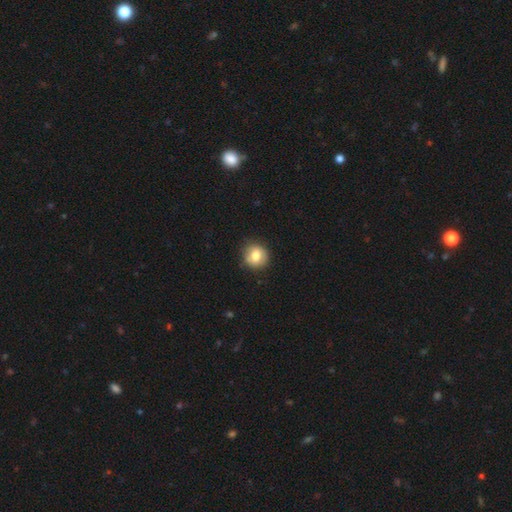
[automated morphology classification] type=smooth (78%); roundness=round (87%); merging=none (84%).